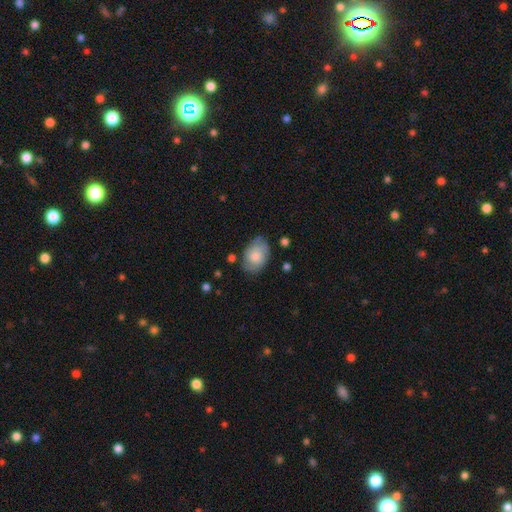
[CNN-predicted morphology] This is likely a smooth galaxy (68%). How rounded: likely in between (80%). Merging: likely none (70%).